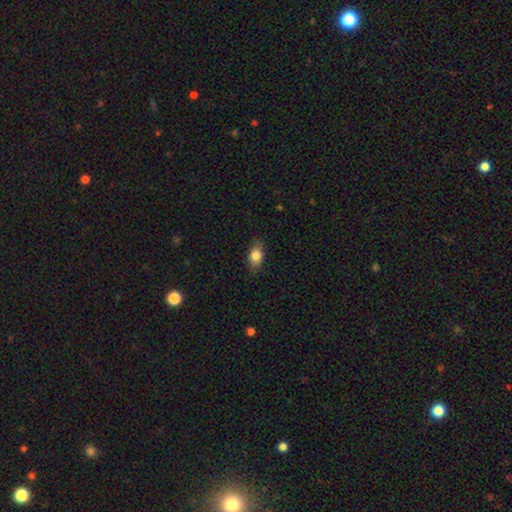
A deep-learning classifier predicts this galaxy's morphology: Smooth or featured?
  - smooth: 79% *
  - featured or disk: 13%
  - star or artifact: 8%
How rounded?
  - in between: 80% *
  - round: 12%
  - cigar-shaped: 7%
Merging?
  - none: 84% *
  - minor disturbance: 12%
  - major disturbance: 3%
  - merger: 1%